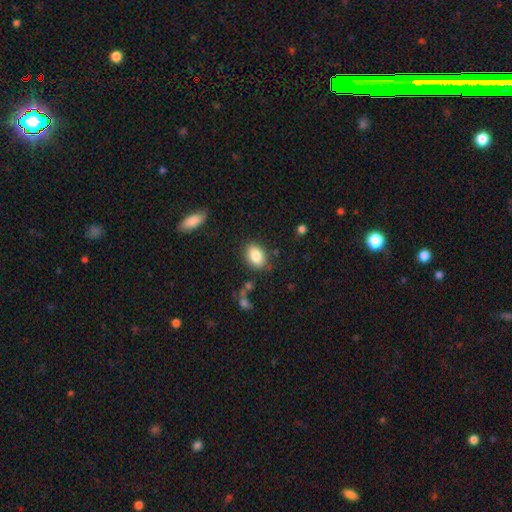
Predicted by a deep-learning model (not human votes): Morphology: type=smooth (84%); roundness=in between (79%); merging=none (84%).